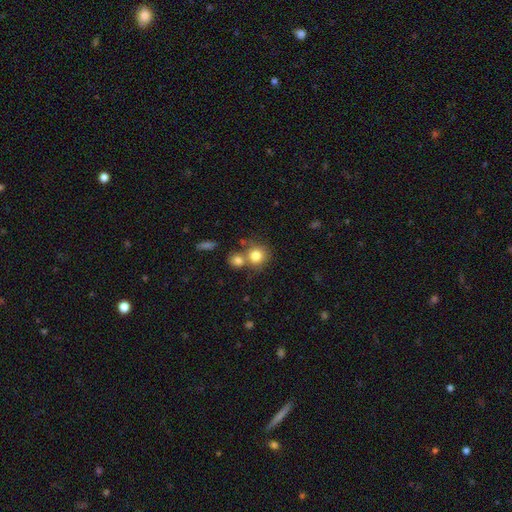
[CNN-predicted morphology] Smooth or featured? smooth (81%)
How rounded? round (84%)
Merging? none (50%)